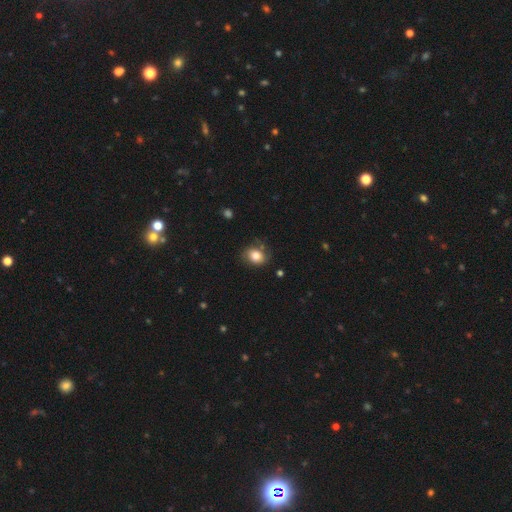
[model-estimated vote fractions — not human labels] A smooth galaxy with no disk features (79%) that is round (54%).

Vote fractions:
- Smooth or featured? smooth: 79% / featured or disk: 11% / star or artifact: 10%
- How rounded? round: 54% / in between: 45% / cigar-shaped: 1%
- Merging? none: 69% / minor disturbance: 22% / major disturbance: 7% / merger: 2%